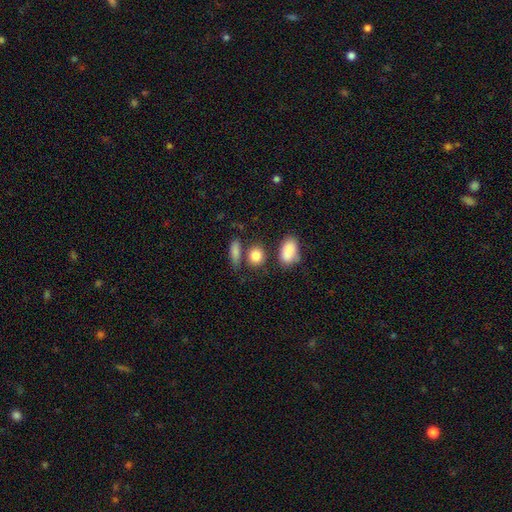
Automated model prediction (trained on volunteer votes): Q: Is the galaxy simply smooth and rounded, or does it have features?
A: smooth — 85%.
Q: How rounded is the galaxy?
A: round — 51%.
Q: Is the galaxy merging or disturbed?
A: none — 68%.